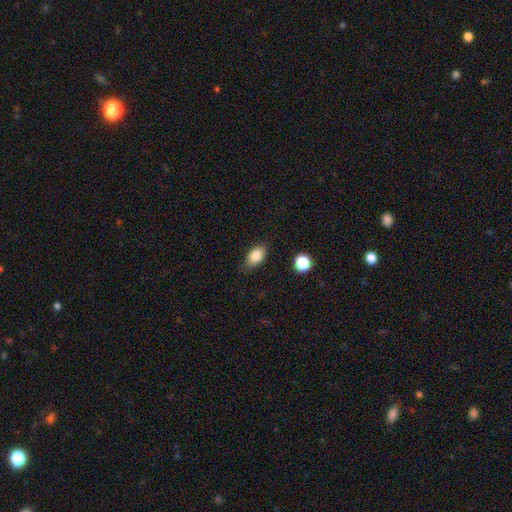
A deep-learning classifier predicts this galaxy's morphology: Overall: smooth (83%). How rounded: in between (87%). Merging: none (79%).